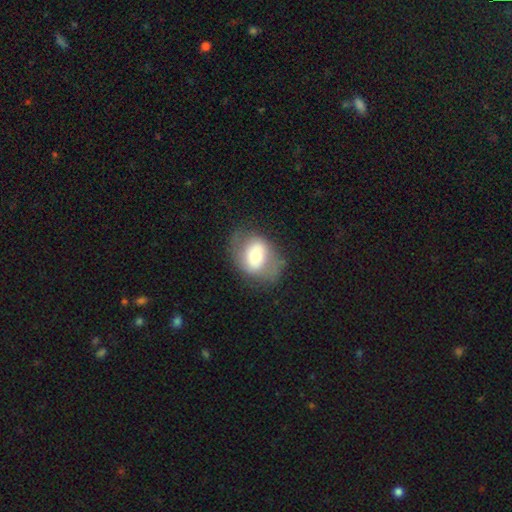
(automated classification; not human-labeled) This is possibly a smooth galaxy (55%). How rounded: likely in between (63%). Merging: likely none (63%).